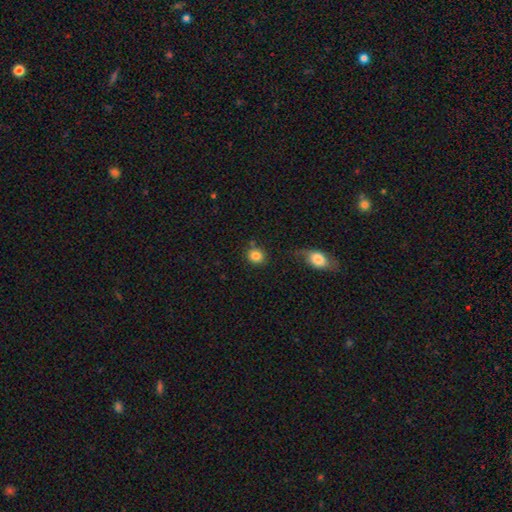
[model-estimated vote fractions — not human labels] Overall: smooth (84%). How rounded: round (84%). Merging: none (77%).